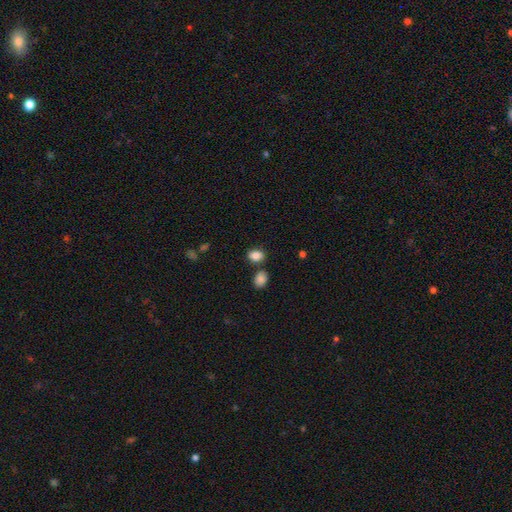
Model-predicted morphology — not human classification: Smooth or featured: smooth — 85% (star or artifact — 9%)
How rounded: in between — 72% (round — 27%)
Merging: none — 73% (minor disturbance — 12%)